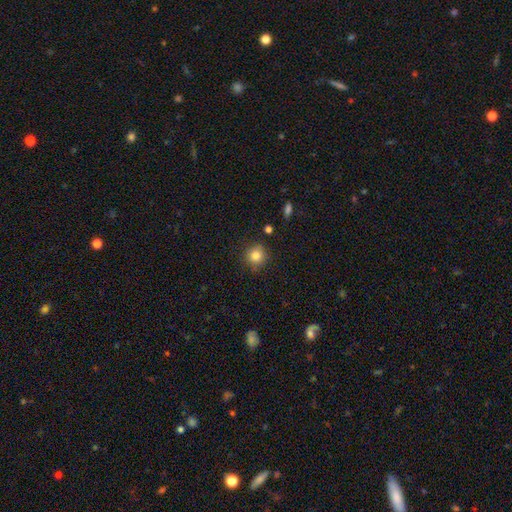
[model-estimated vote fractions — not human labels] Smooth or featured? Predicted: smooth (p=0.83). How rounded? Predicted: round (p=0.91). Merging? Predicted: none (p=0.85).